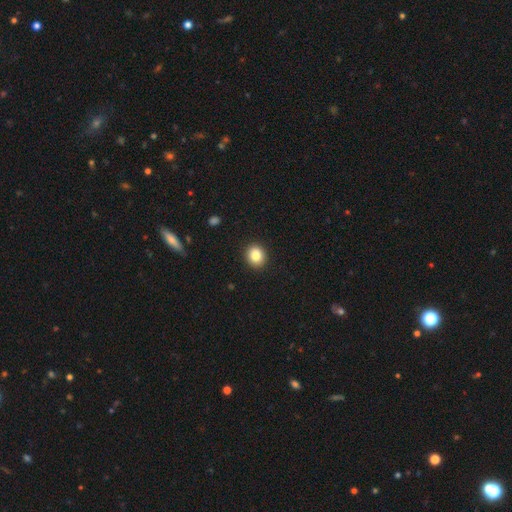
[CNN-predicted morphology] smooth-or-featured: smooth: 84% | star or artifact: 10% | featured or disk: 6%
  how-rounded: round: 79% | in between: 20% | cigar-shaped: 1%
  merging: none: 92% | minor disturbance: 5% | major disturbance: 2% | merger: 1%